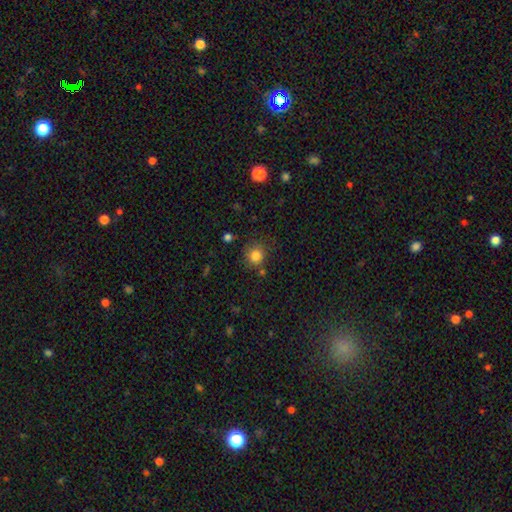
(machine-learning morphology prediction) A smooth galaxy with no disk features (83%) that is round (88%).

Vote fractions:
- Smooth or featured? smooth: 83% / star or artifact: 12% / featured or disk: 5%
- How rounded? round: 88% / in between: 11% / cigar-shaped: 1%
- Merging? none: 76% / minor disturbance: 14% / merger: 6% / major disturbance: 4%